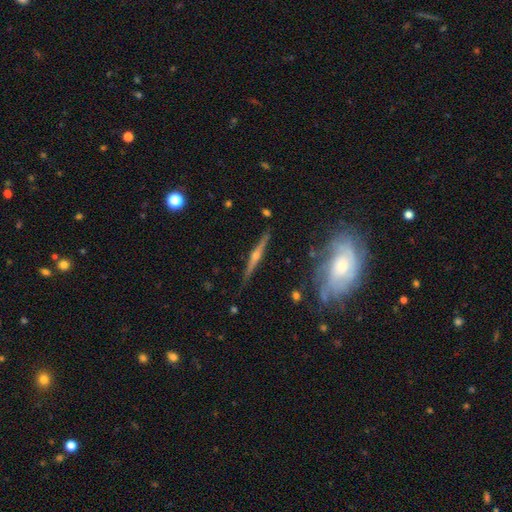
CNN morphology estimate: A featured or disk galaxy (83%) viewed edge-on (97%) with a rounded central bulge (91%).

Vote fractions:
- Smooth or featured? featured or disk: 83% / smooth: 11% / star or artifact: 6%
- Edge-on disk? yes: 97% / no: 3%
- Edge-on bulge? rounded: 91% / none: 5% / boxy: 4%
- Merging? none: 87% / minor disturbance: 9% / major disturbance: 2% / merger: 2%